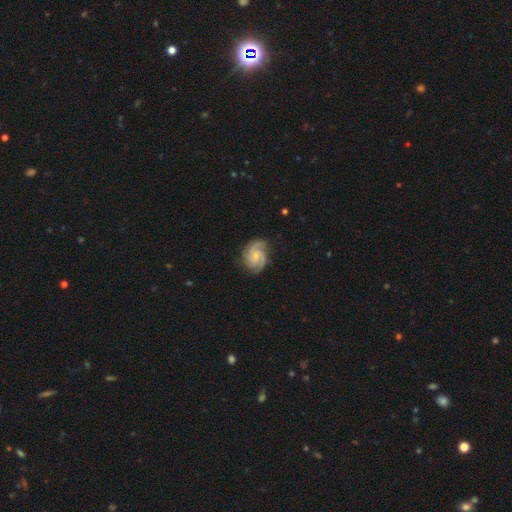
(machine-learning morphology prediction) Smooth or featured? featured or disk (89%)
Edge-on disk? no (98%)
Bar? no (57%)
Spiral arms? yes (98%)
Spiral winding? tight (55%)
Spiral arm count? 3 (48%)
Bulge size? small (66%)
Merging? none (80%)